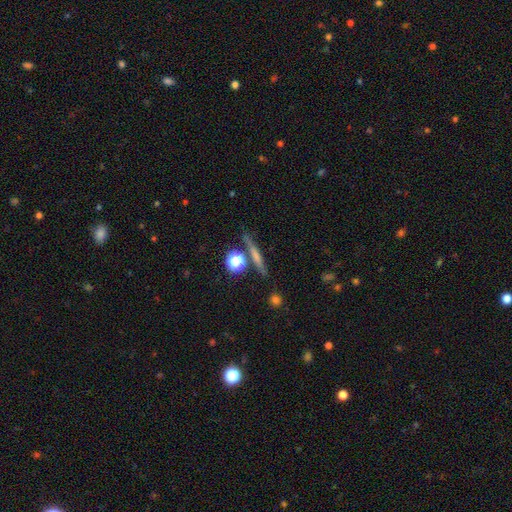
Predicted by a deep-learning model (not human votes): This is possibly a featured or disk galaxy (48%). Merging: clearly none (84%).